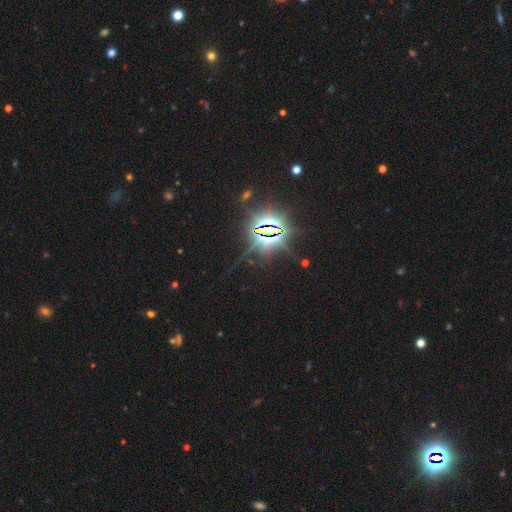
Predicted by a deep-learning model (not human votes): Morphology: type=star or artifact (85%).